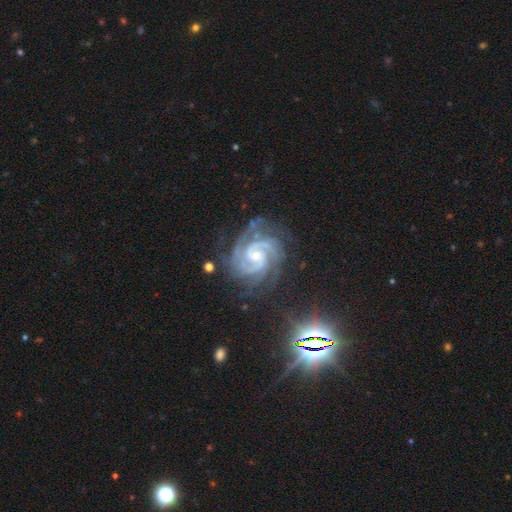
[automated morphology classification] smooth_or_featured: featured or disk (p=0.92) [alt: star or artifact p=0.06]
disk_edge_on: no (p=0.98) [alt: yes p=0.02]
bar: no (p=0.50) [alt: weak p=0.35]
has_spiral_arms: yes (p=0.99) [alt: no p=0.01]
spiral_winding: tight (p=0.71) [alt: medium p=0.26]
spiral_arm_count: 2 (p=0.41) [alt: 3 p=0.29]
bulge_size: small (p=0.68) [alt: moderate p=0.28]
merging: none (p=0.73) [alt: minor disturbance p=0.19]